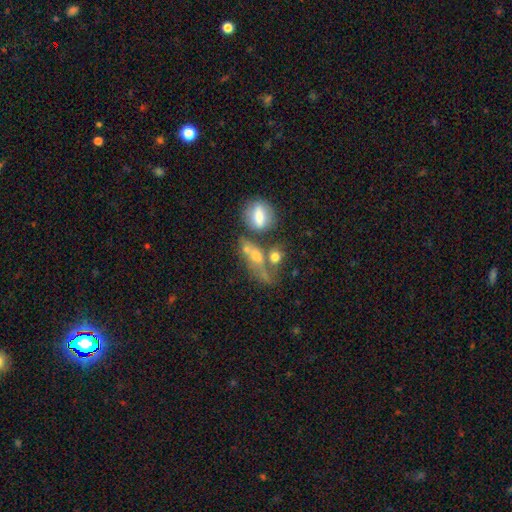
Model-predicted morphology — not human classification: This appears to be a smooth galaxy with no disk features (47%). Merging: merger (36%).